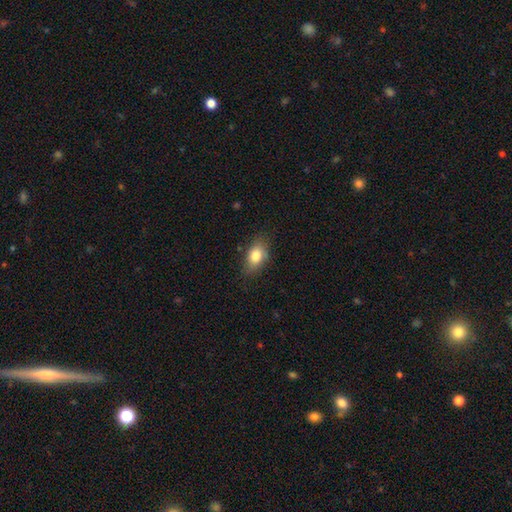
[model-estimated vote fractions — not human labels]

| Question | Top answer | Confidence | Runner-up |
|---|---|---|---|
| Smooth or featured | smooth | 79% | featured or disk (12%) |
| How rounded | in between | 81% | round (16%) |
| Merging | none | 77% | minor disturbance (18%) |